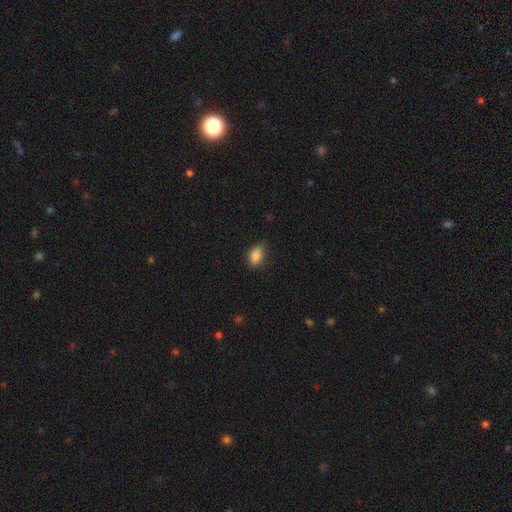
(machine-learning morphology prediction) Smooth or featured?
  - smooth: 87% *
  - star or artifact: 8%
  - featured or disk: 4%
How rounded?
  - in between: 86% *
  - round: 11%
  - cigar-shaped: 2%
Merging?
  - none: 69% *
  - minor disturbance: 25%
  - major disturbance: 5%
  - merger: 1%